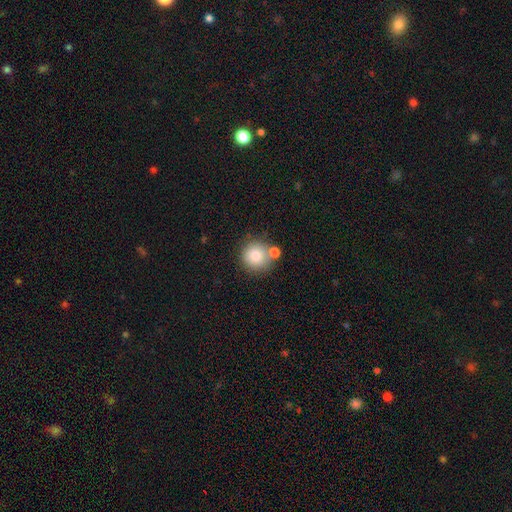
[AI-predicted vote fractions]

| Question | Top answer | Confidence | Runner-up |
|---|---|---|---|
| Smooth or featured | smooth | 80% | featured or disk (10%) |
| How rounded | round | 94% | in between (5%) |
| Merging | none | 68% | merger (18%) |